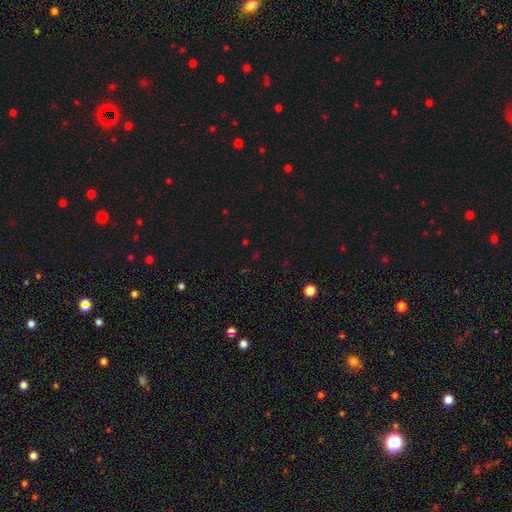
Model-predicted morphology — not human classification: The model was most divided on "smooth or featured": star or artifact: 62%, smooth: 31%, featured or disk: 7%.